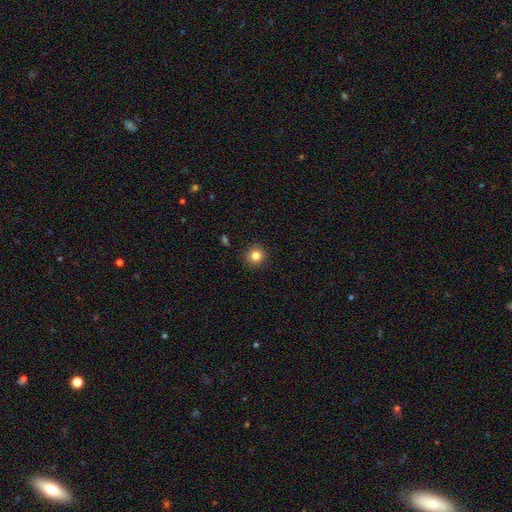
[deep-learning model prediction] smooth 84%, star or artifact 11%, featured or disk 5%. Down the decision tree: how rounded — round (92%); merging — none (91%).